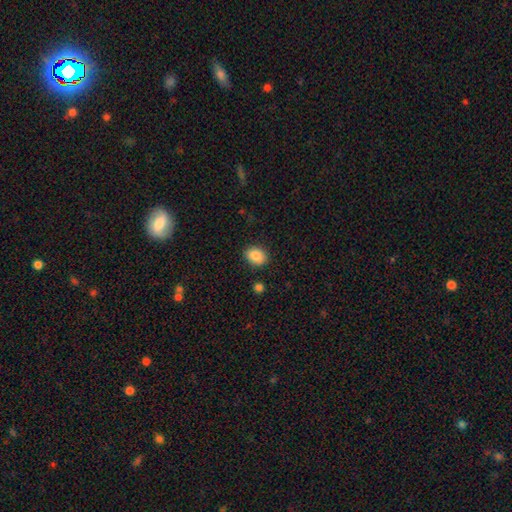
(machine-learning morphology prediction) Smooth or featured? smooth (85%)
How rounded? round (50%)
Merging? none (86%)